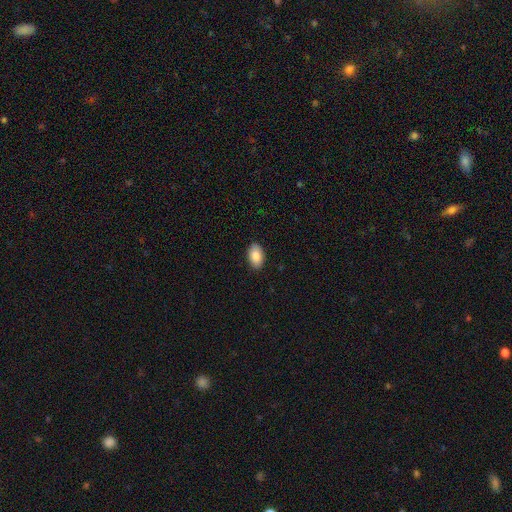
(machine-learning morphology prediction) The model was most divided on "smooth or featured": smooth: 86%, featured or disk: 8%, star or artifact: 7%. More confident: how rounded — in between (93%); merging — none (90%).